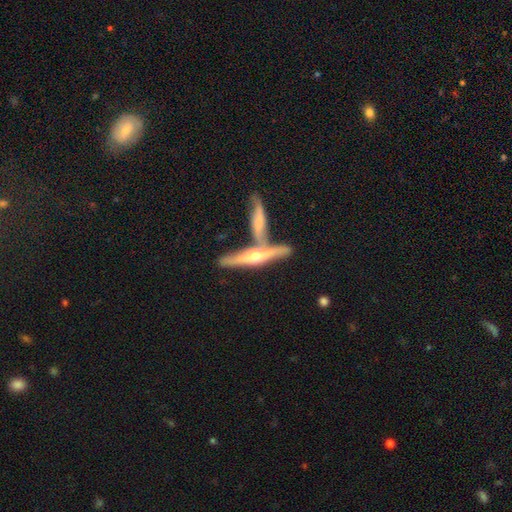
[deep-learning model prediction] smooth_or_featured: featured or disk (p=0.72) [alt: smooth p=0.22]
disk_edge_on: yes (p=0.94) [alt: no p=0.06]
edge_on_bulge: rounded (p=0.87) [alt: none p=0.08]
merging: none (p=0.58) [alt: merger p=0.30]